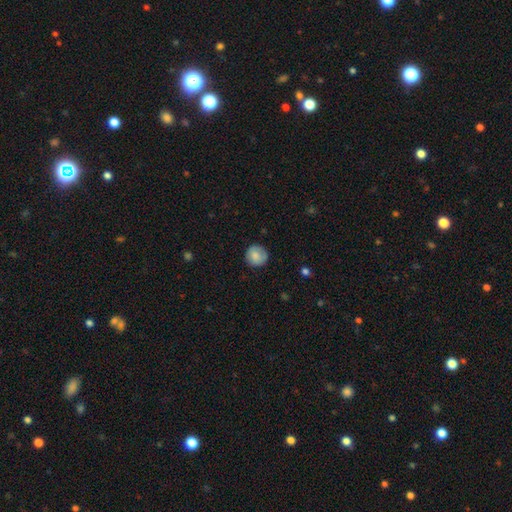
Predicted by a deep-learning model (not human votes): A smooth galaxy with no disk features (80%) that is round (92%).

Vote fractions:
- Smooth or featured? smooth: 80% / featured or disk: 13% / star or artifact: 7%
- How rounded? round: 92% / in between: 7% / cigar-shaped: 1%
- Merging? none: 84% / minor disturbance: 12% / major disturbance: 3% / merger: 1%